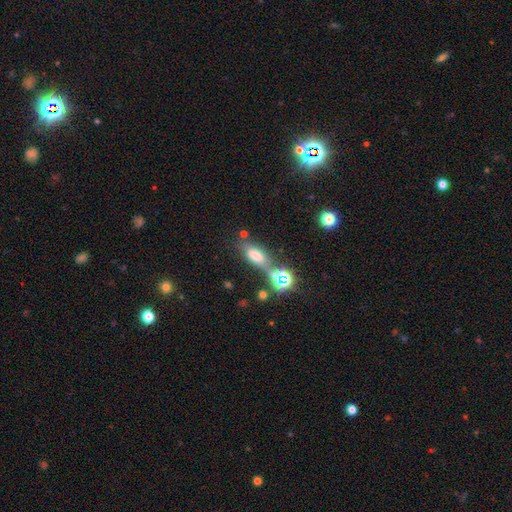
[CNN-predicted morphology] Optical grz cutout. It shows a smooth galaxy with no disk features (58%) that is in between round and cigar-shaped (73%). Merging: none (49%).